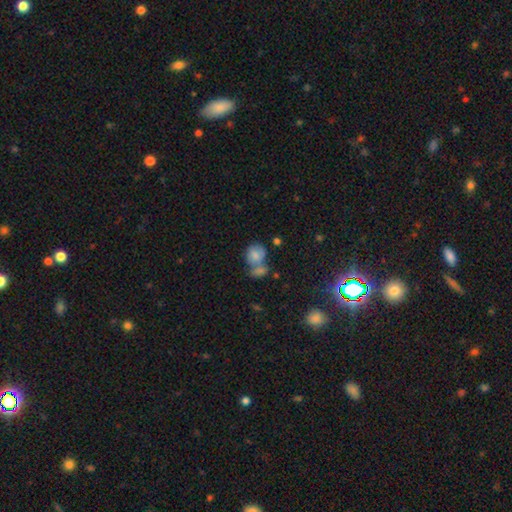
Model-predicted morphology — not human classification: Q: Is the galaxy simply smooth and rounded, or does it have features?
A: smooth — 74%.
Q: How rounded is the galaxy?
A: round — 51%.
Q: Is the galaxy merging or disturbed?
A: merger — 49%.